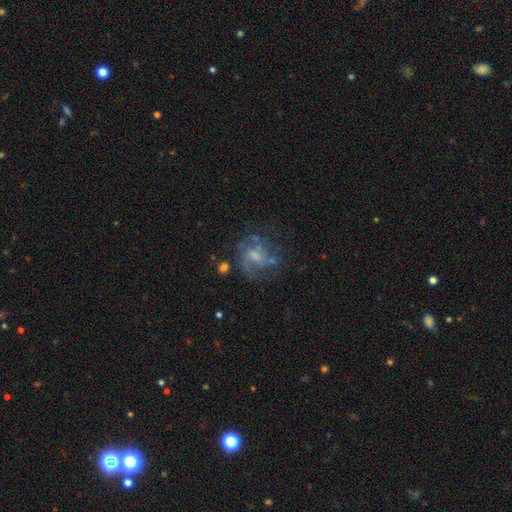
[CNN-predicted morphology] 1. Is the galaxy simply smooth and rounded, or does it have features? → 67% featured or disk, 23% smooth, 11% star or artifact.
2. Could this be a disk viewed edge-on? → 98% no, 2% yes.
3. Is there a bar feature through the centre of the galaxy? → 48% no, 45% weak, 7% strong.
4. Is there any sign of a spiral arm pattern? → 74% yes, 26% no.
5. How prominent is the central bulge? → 43% small, 36% moderate, 16% none, 4% large, 1% dominant.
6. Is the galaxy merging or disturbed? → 50% none, 25% major disturbance, 20% minor disturbance, 5% merger.